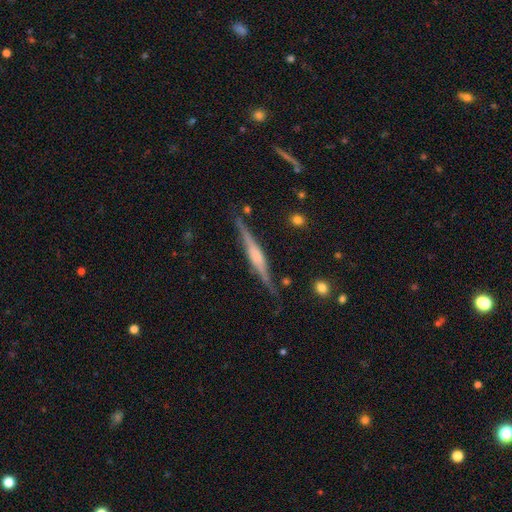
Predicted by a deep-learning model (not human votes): smooth_or_featured: featured or disk (p=0.76) [alt: smooth p=0.17]
disk_edge_on: yes (p=0.97) [alt: no p=0.03]
edge_on_bulge: rounded (p=0.44) [alt: boxy p=0.38]
merging: none (p=0.82) [alt: minor disturbance p=0.13]